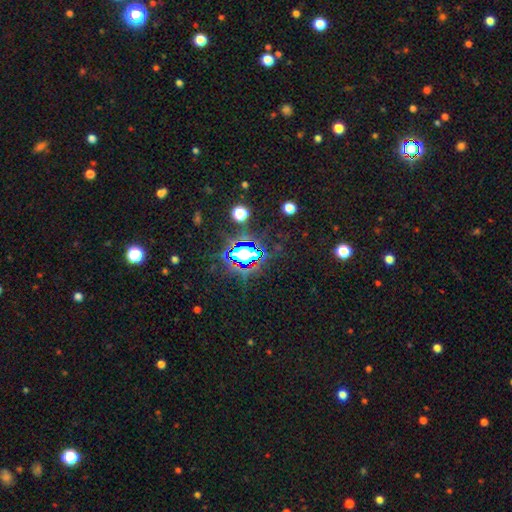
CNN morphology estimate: type=star or artifact (80%).